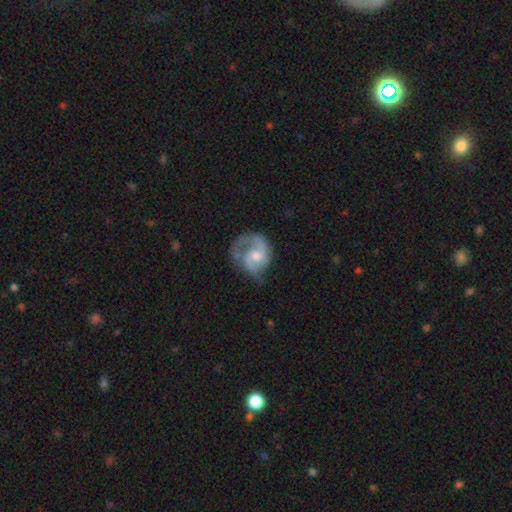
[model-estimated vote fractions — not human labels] Overall: featured or disk (78%). Edge-on disk: no (98%). Bar: no (60%; weak 34%). Spiral arms: yes (93%). Spiral arm count: 2 (65%). Spiral winding: medium (49%; tight 27%). Bulge size: moderate (54%; small 35%). Merging: none (53%; minor disturbance 24%).